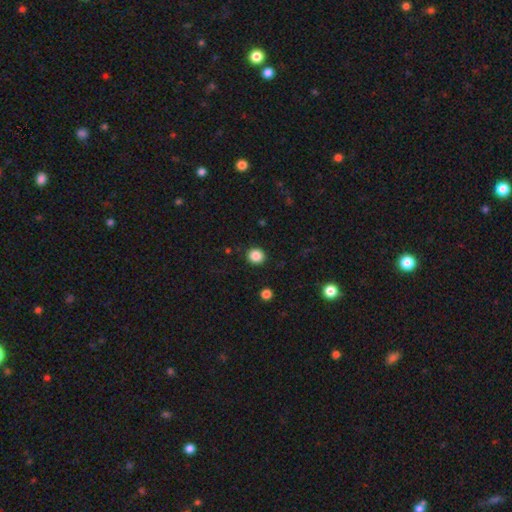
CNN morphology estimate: smooth-or-featured: smooth: 86% | star or artifact: 10% | featured or disk: 3%
  how-rounded: round: 91% | in between: 8% | cigar-shaped: 1%
  merging: none: 92% | minor disturbance: 5% | major disturbance: 2% | merger: 1%